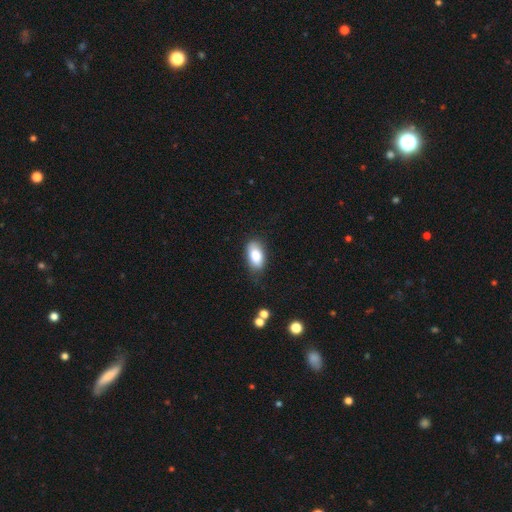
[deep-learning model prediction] Smooth or featured? Predicted: smooth (p=0.85). How rounded? Predicted: in between (p=0.93). Merging? Predicted: none (p=0.75).